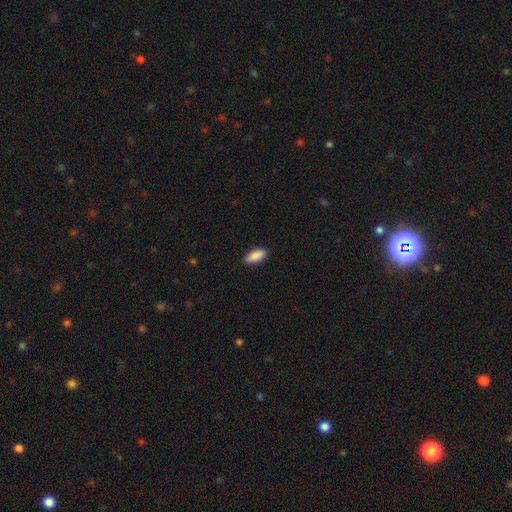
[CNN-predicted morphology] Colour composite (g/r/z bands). It shows a smooth galaxy with no disk features (90%) that is in between round and cigar-shaped (88%). Merging: none (85%).